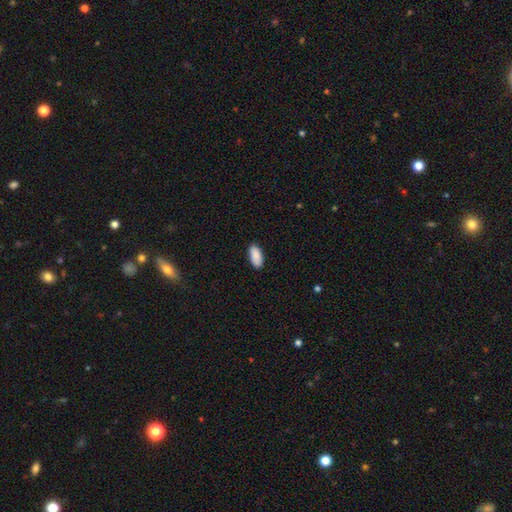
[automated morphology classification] A smooth galaxy with no disk features (90%) that is in between round and cigar-shaped (91%). Merging: none (89%).